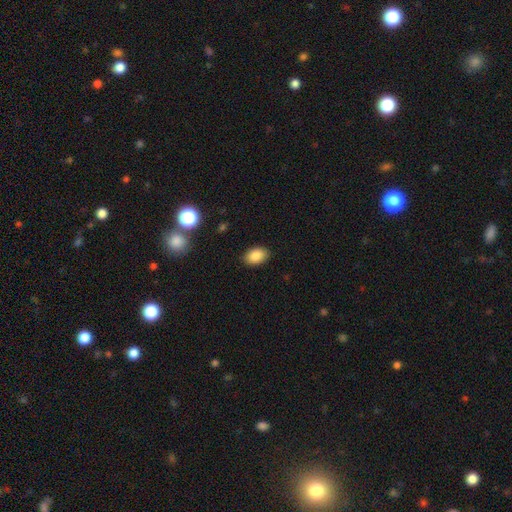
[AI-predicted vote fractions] Smooth or featured?
  - smooth: 86% *
  - star or artifact: 9%
  - featured or disk: 5%
How rounded?
  - in between: 86% *
  - round: 13%
  - cigar-shaped: 1%
Merging?
  - none: 88% *
  - minor disturbance: 9%
  - major disturbance: 2%
  - merger: 1%